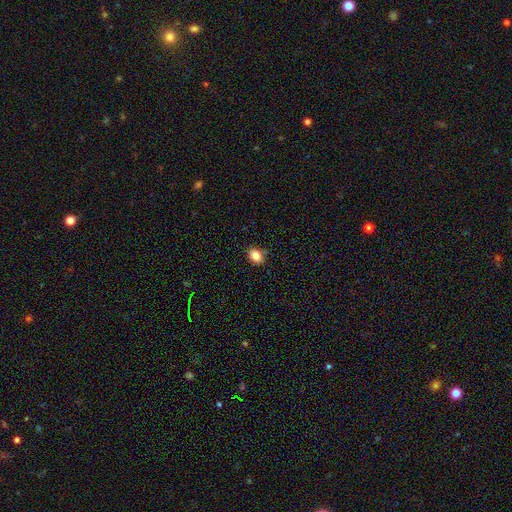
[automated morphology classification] The model was most divided on "how rounded": in between: 57%, round: 42%, cigar-shaped: 1%. More confident: smooth or featured — smooth (84%); merging — none (83%).